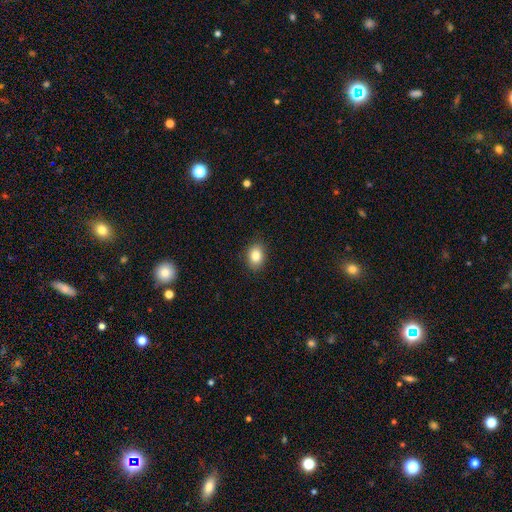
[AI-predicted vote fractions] Smooth or featured: smooth — 84% (star or artifact — 9%)
How rounded: in between — 66% (round — 33%)
Merging: none — 88% (minor disturbance — 9%)